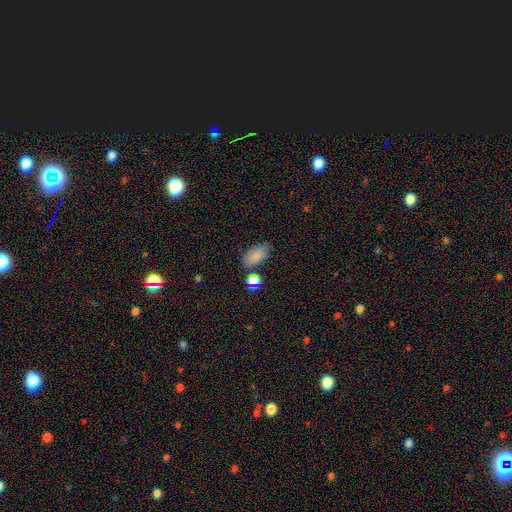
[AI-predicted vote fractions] Smooth or featured: smooth — 83% (star or artifact — 10%)
How rounded: in between — 92% (round — 5%)
Merging: none — 74% (minor disturbance — 15%)